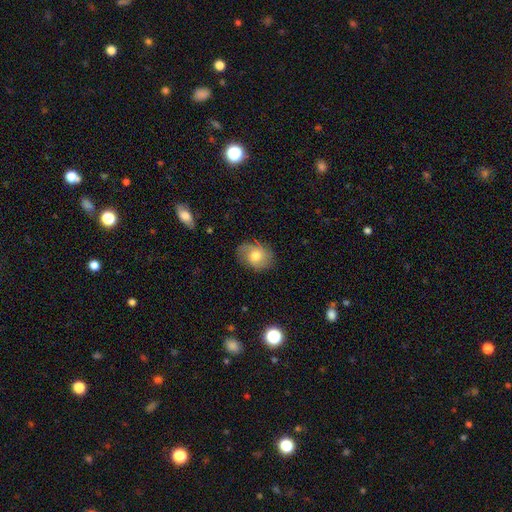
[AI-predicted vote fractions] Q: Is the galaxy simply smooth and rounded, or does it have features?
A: smooth — 66%.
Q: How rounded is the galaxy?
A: in between — 64%.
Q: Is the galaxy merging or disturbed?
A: none — 75%.